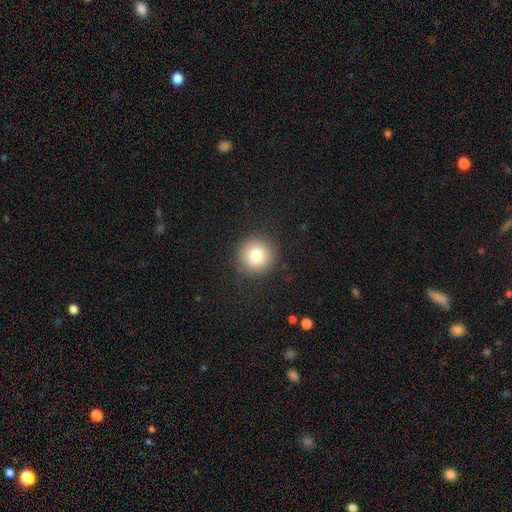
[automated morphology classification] smooth-or-featured: smooth: 79% | star or artifact: 12% | featured or disk: 9%
  how-rounded: round: 96% | in between: 3% | cigar-shaped: 1%
  merging: none: 92% | minor disturbance: 5% | major disturbance: 2% | merger: 1%